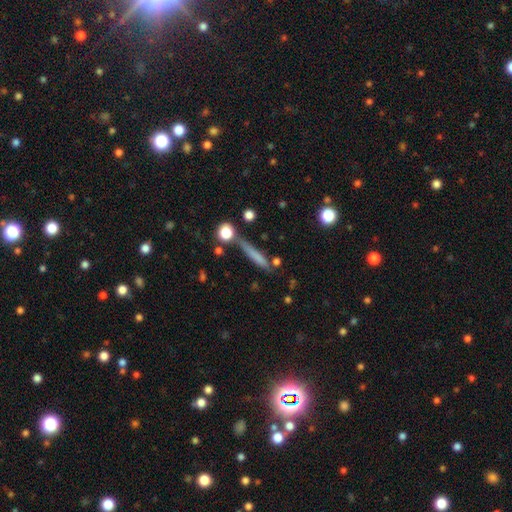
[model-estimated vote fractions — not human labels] This is likely a smooth galaxy (65%). How rounded: clearly cigar-shaped (89%). Merging: likely none (68%).